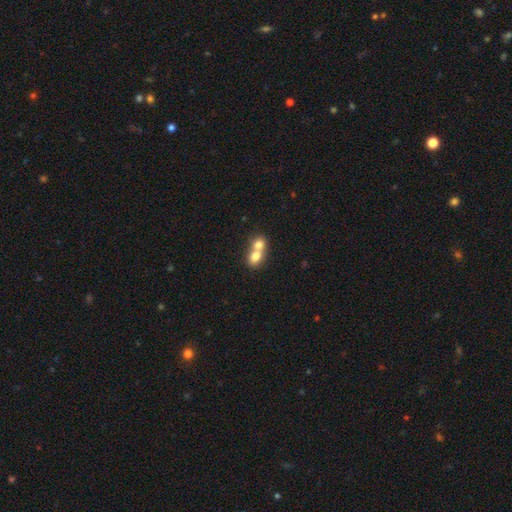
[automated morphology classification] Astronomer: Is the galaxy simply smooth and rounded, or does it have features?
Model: smooth — 74%.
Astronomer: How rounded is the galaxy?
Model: in between — 49%, tied with round at 49%.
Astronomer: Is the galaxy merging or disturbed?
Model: merger — 74%.